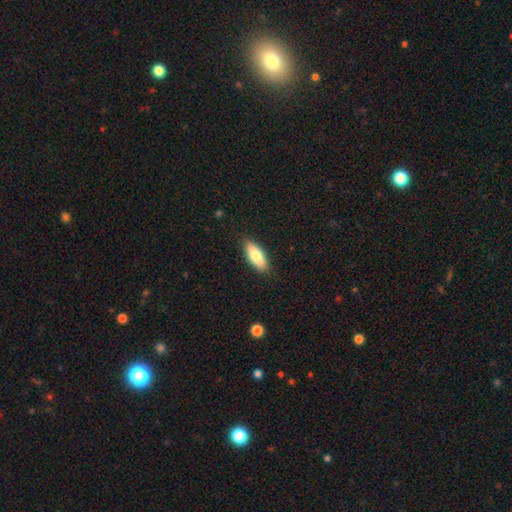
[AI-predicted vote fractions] smooth-or-featured: smooth: 78% | featured or disk: 16% | star or artifact: 6%
  how-rounded: in between: 76% | cigar-shaped: 22% | round: 2%
  merging: none: 87% | minor disturbance: 10% | major disturbance: 2% | merger: 1%